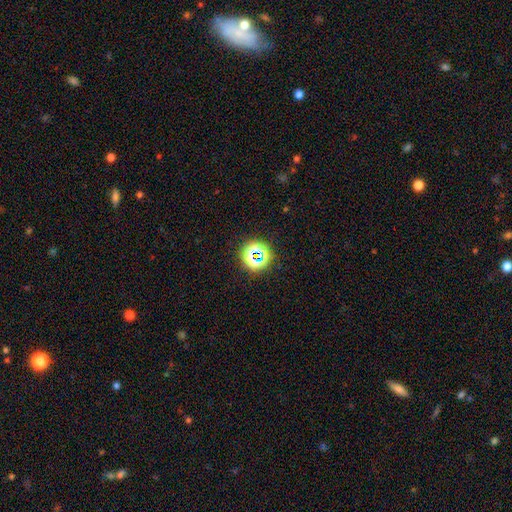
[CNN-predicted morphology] A star or artifact, not a galaxy (61%).